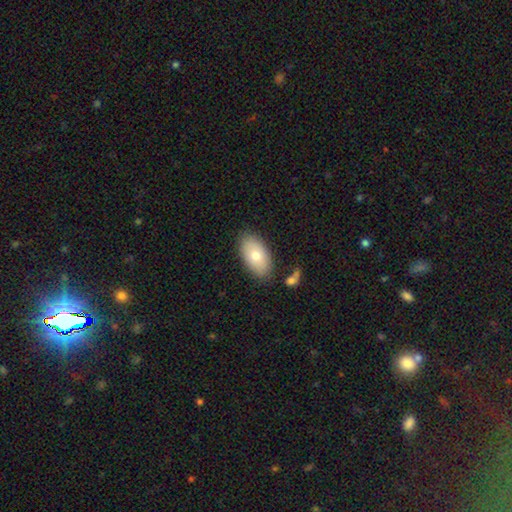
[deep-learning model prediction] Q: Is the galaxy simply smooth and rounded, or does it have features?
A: smooth — 75%.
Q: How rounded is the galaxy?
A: in between — 94%.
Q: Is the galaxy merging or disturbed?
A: none — 81%.